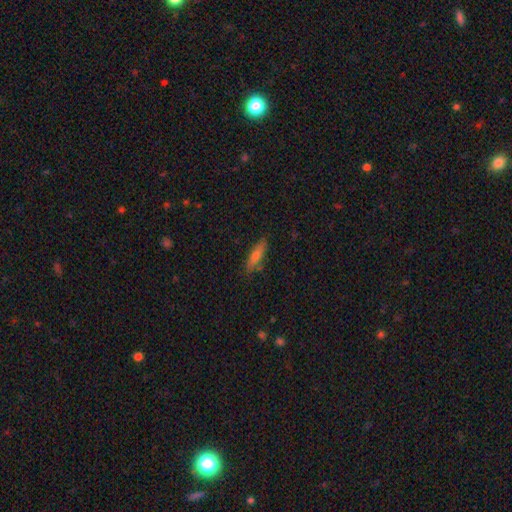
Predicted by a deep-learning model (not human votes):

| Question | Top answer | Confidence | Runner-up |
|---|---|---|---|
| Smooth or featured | smooth | 66% | featured or disk (27%) |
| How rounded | cigar-shaped | 67% | in between (31%) |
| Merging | none | 82% | minor disturbance (13%) |